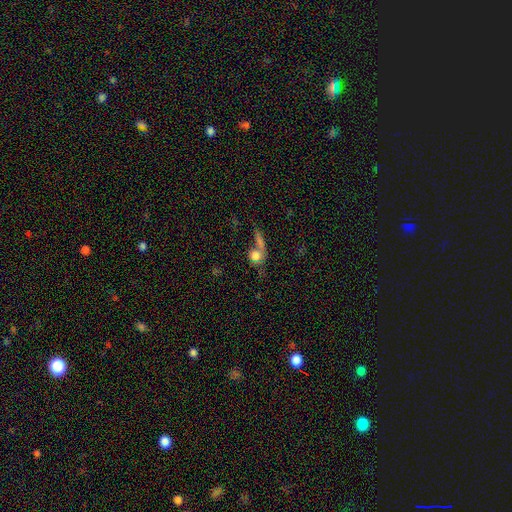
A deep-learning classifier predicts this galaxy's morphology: Smooth or featured: smooth — 69% (featured or disk — 18%)
How rounded: round — 69% (in between — 25%)
Merging: merger — 39% (none — 33%)